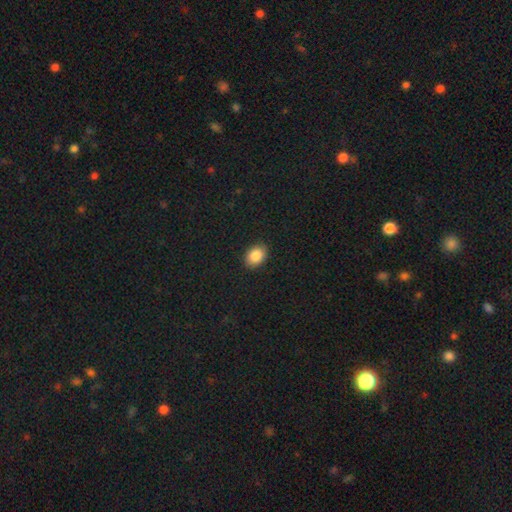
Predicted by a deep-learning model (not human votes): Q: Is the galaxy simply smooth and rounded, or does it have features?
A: smooth — 86%.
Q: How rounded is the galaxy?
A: in between — 70%.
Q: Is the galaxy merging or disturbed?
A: none — 89%.